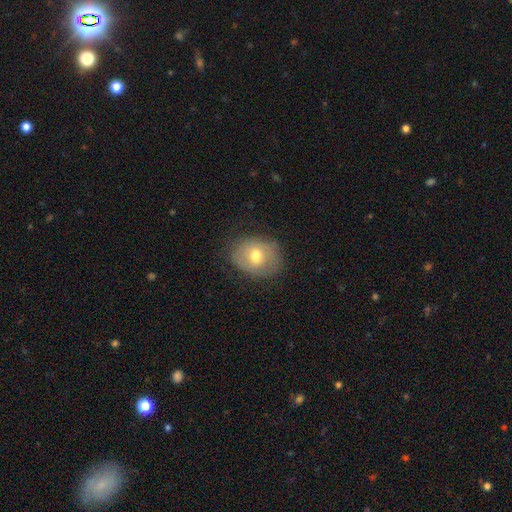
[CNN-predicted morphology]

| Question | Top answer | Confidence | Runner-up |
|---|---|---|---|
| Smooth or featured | smooth | 58% | featured or disk (33%) |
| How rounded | in between | 50% | round (49%) |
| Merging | none | 74% | minor disturbance (19%) |